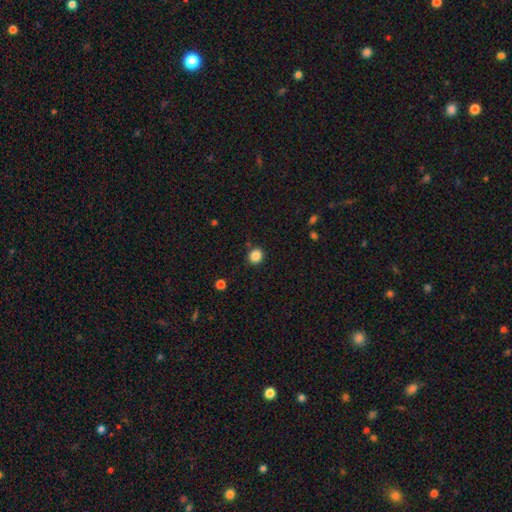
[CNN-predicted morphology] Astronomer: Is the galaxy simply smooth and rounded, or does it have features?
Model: smooth — 86%.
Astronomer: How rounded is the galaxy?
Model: round — 84%.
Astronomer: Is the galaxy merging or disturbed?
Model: none — 88%.